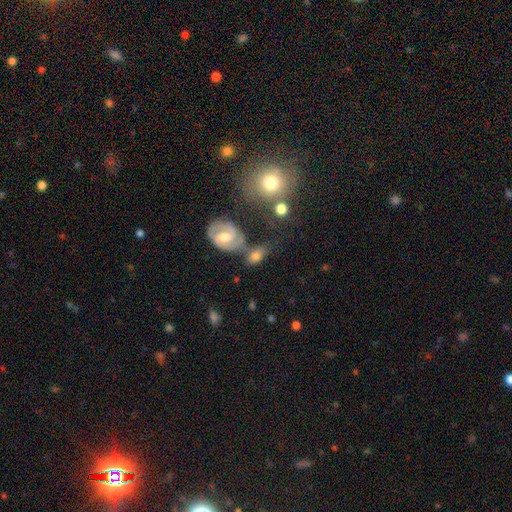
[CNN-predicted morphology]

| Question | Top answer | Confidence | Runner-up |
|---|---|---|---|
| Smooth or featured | smooth | 57% | featured or disk (34%) |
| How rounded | in between | 78% | round (17%) |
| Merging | none | 48% | merger (25%) |